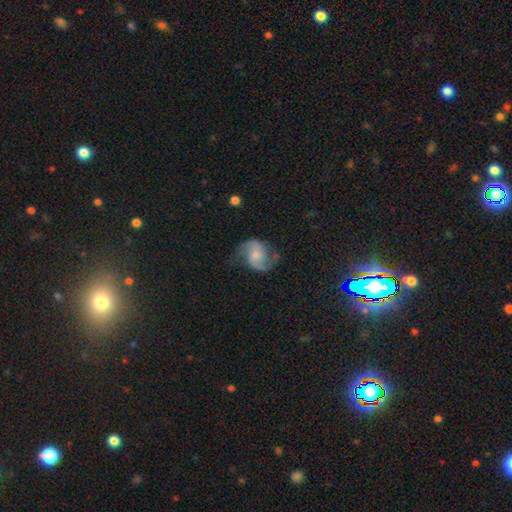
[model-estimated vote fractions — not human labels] This appears to be a featured or disk galaxy (78%) with no bar (56%), 2 (91%) medium (47%) spiral arms (95%) and a small central bulge (43%). Merging: none (64%).